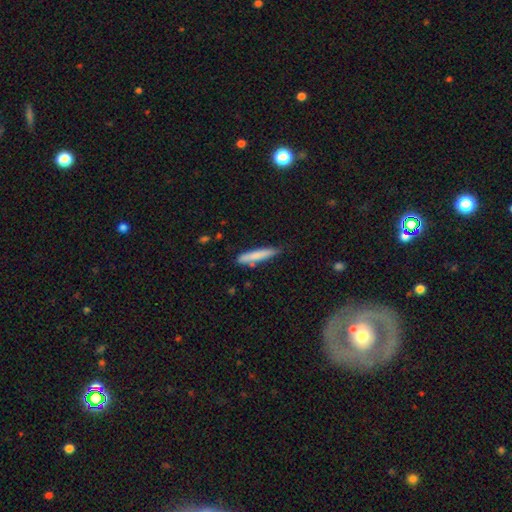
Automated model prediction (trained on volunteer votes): This appears to be a smooth galaxy with no disk features (75%) that is cigar-shaped (92%). Merging: none (75%).